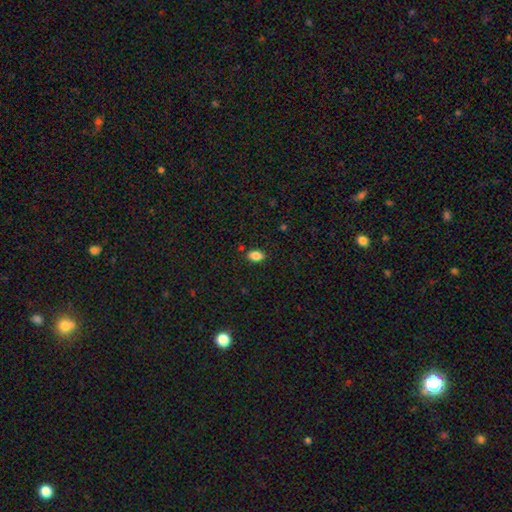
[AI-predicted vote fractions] This is clearly a smooth galaxy (85%). How rounded: clearly in between (88%). Merging: clearly none (84%).